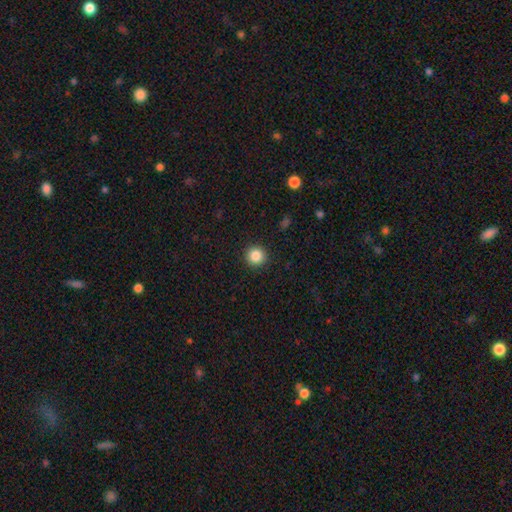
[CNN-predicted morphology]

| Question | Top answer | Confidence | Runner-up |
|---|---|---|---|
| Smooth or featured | smooth | 86% | star or artifact (10%) |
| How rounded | round | 95% | in between (4%) |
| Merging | none | 92% | minor disturbance (5%) |